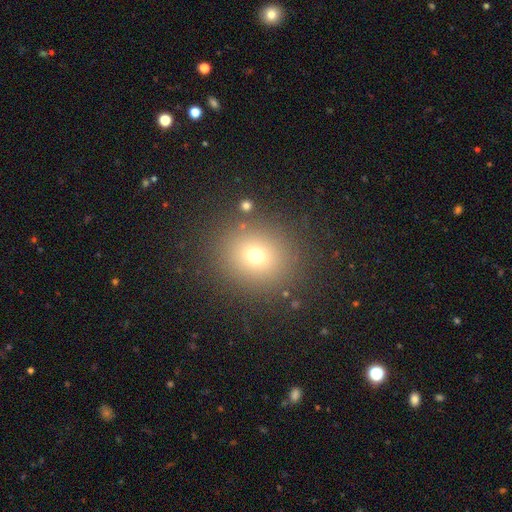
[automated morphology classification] Smooth or featured?
  - smooth: 69% *
  - star or artifact: 20%
  - featured or disk: 10%
How rounded?
  - round: 83% *
  - in between: 16%
  - cigar-shaped: 1%
Merging?
  - none: 86% *
  - minor disturbance: 7%
  - major disturbance: 4%
  - merger: 3%